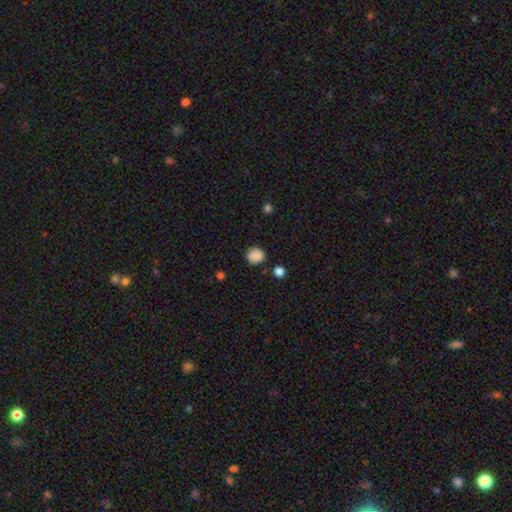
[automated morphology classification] smooth-or-featured: smooth: 86% | star or artifact: 10% | featured or disk: 3%
  how-rounded: round: 83% | in between: 16% | cigar-shaped: 1%
  merging: none: 82% | minor disturbance: 13% | major disturbance: 3% | merger: 3%